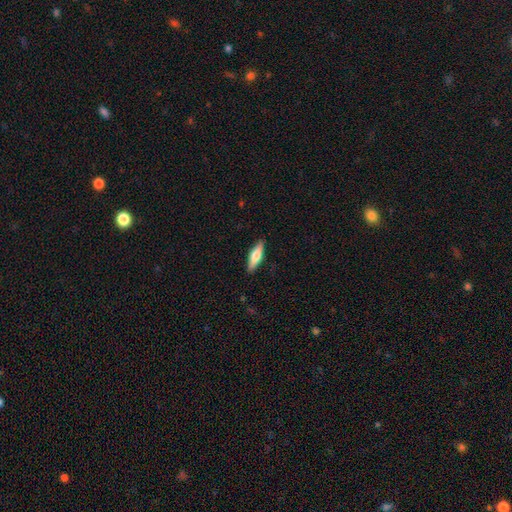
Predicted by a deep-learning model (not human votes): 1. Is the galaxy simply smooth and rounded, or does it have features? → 57% smooth, 37% featured or disk, 6% star or artifact.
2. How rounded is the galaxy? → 58% cigar-shaped, 40% in between, 2% round.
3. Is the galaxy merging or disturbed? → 89% none, 8% minor disturbance, 2% major disturbance, 1% merger.